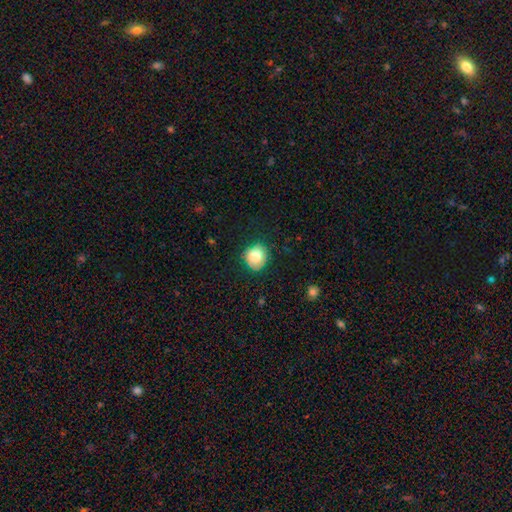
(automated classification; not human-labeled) Smooth or featured? Predicted: smooth (p=0.80). How rounded? Predicted: round (p=0.83). Merging? Predicted: none (p=0.78).